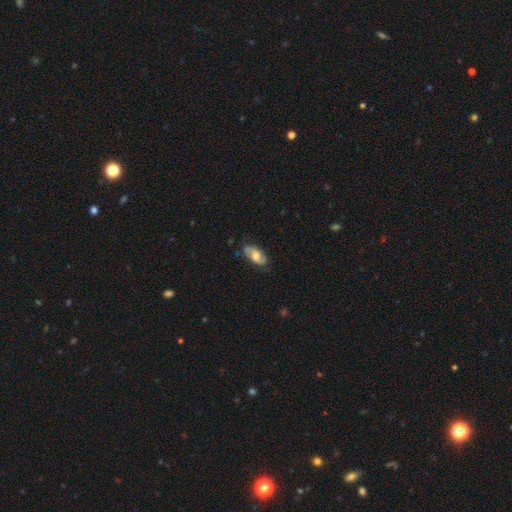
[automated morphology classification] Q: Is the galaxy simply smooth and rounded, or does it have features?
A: featured or disk — 61%.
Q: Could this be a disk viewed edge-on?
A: no — 92%.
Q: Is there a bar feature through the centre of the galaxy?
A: no — 55%.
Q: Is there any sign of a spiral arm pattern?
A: yes — 83%.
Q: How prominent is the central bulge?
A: moderate — 59%.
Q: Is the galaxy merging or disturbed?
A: none — 78%.